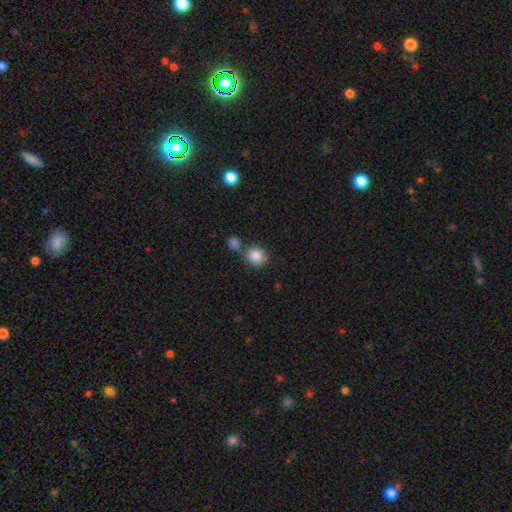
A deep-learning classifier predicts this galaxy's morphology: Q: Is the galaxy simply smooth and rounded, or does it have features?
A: smooth — 85%.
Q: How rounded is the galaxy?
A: round — 87%.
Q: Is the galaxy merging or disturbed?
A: none — 64%.